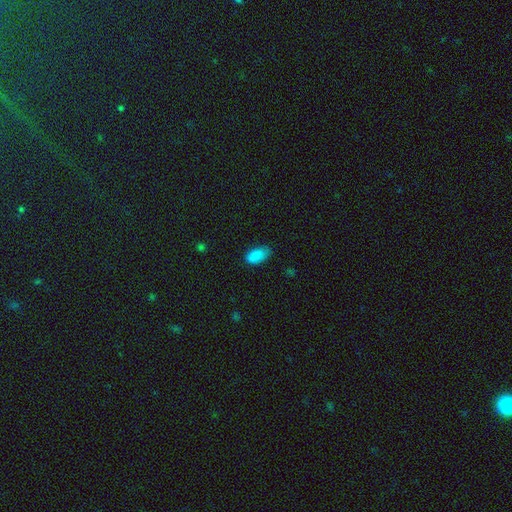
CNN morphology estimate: A smooth galaxy with no disk features (87%) that is in between round and cigar-shaped (93%). Merging: none (69%).